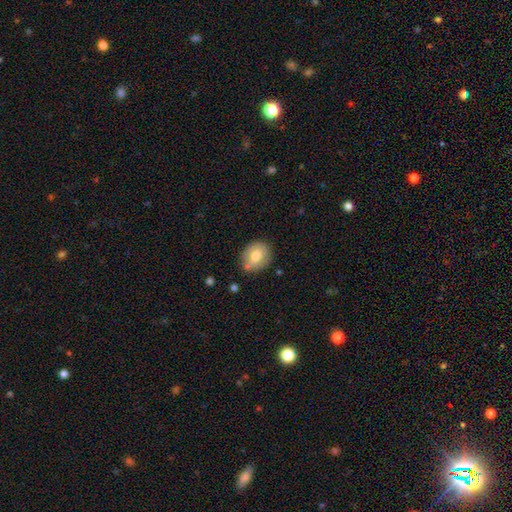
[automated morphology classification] This is likely a smooth galaxy (72%). How rounded: possibly in between (50%). Merging: likely none (72%).